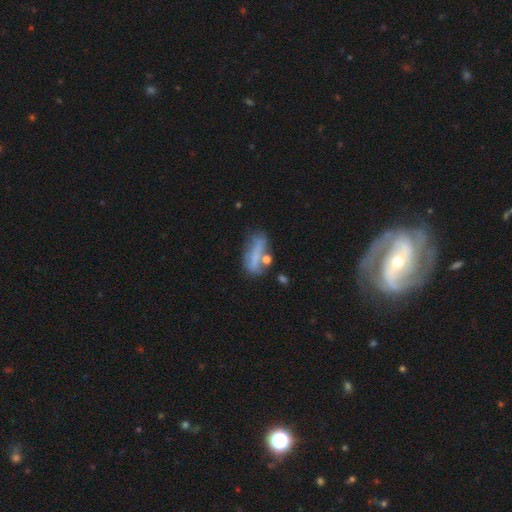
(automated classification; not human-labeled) Morphology: type=smooth (55%); roundness=in between (54%); merging=none (44%).